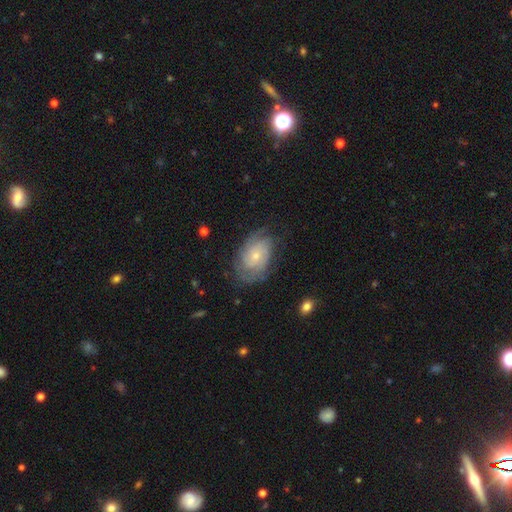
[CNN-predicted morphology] featured or disk 71%, smooth 22%, star or artifact 7%. Down the decision tree: edge-on disk — no (97%); bar — no (75%); spiral arms — yes (90%); spiral arm count — can't tell (39%); spiral winding — tight (60%); bulge size — small (70%); merging — none (68%).